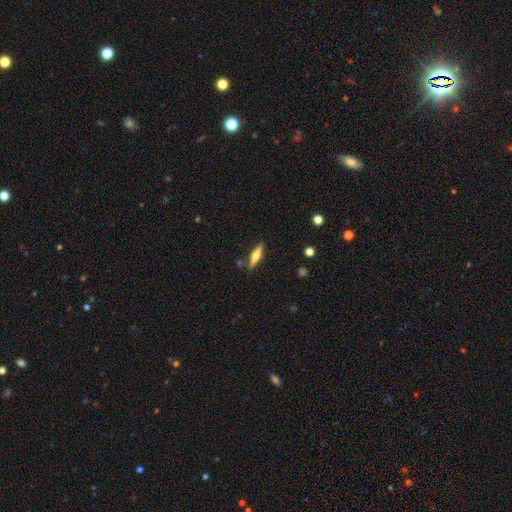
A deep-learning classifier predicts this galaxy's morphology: smooth 49%, featured or disk 44%, star or artifact 6%. Down the decision tree: merging — none (85%).